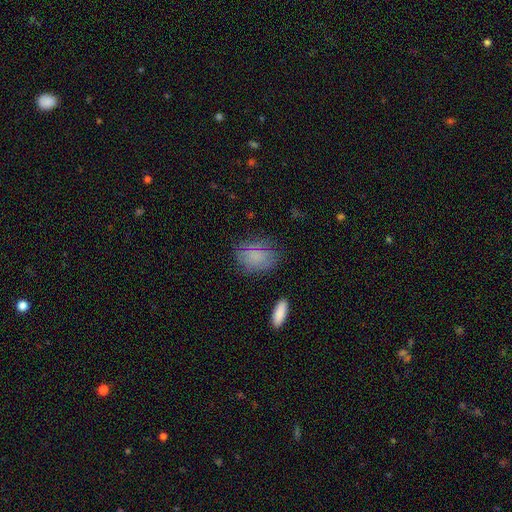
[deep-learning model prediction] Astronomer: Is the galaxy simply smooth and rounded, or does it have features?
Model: smooth — 76%.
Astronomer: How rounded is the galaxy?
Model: in between — 60% (runner-up: round, 38%).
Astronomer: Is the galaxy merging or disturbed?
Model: none — 73%.